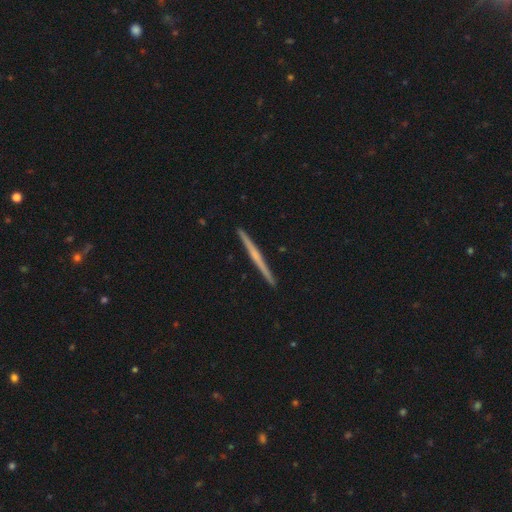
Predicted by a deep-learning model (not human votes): The model was most divided on "smooth or featured": featured or disk: 66%, smooth: 28%, star or artifact: 5%. More confident: edge-on disk — yes (98%); merging — none (93%); edge-on bulge — none (66%).